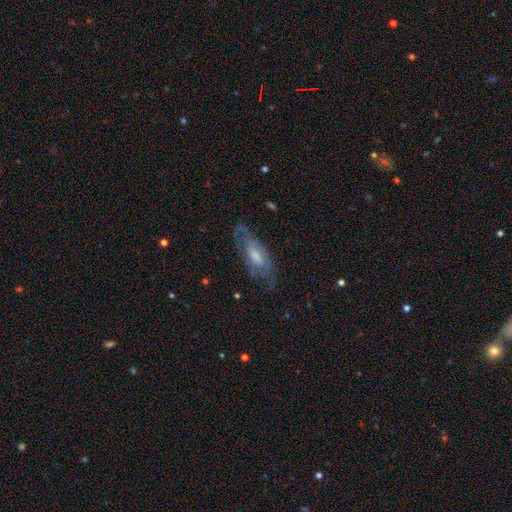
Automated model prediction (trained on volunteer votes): A featured or disk galaxy (58%).

Vote fractions:
- Smooth or featured? featured or disk: 58% / smooth: 35% / star or artifact: 7%
- Edge-on disk? no: 82% / yes: 18%
- Merging? none: 58% / minor disturbance: 24% / major disturbance: 16% / merger: 2%